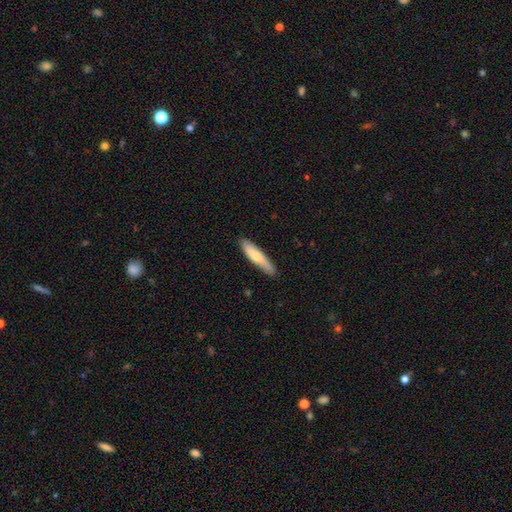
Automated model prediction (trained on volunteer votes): Q: Smooth or featured?
A: smooth (69%); runner-up: featured or disk (26%)
Q: How rounded?
A: cigar-shaped (83%); runner-up: in between (15%)
Q: Merging?
A: none (86%); runner-up: minor disturbance (11%)